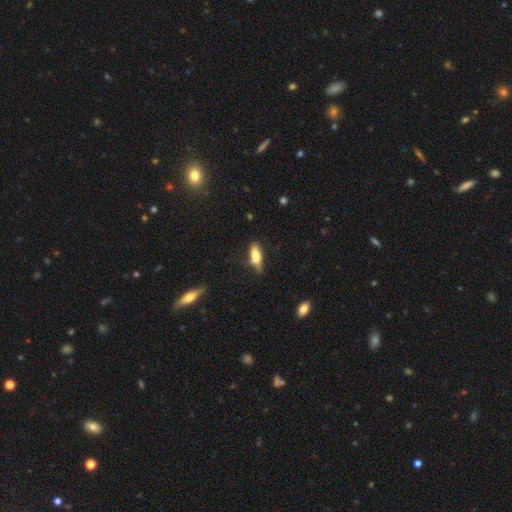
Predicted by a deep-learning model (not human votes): Smooth or featured? smooth (66%)
How rounded? in between (66%)
Merging? none (59%)